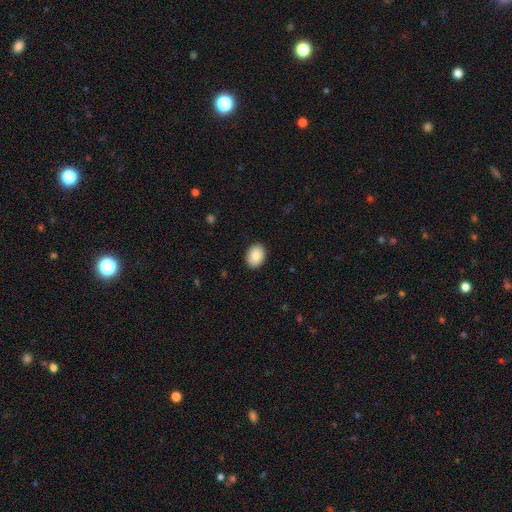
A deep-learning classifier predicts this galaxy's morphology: Smooth or featured: smooth — 88% (star or artifact — 7%)
How rounded: in between — 72% (round — 27%)
Merging: none — 91% (minor disturbance — 7%)